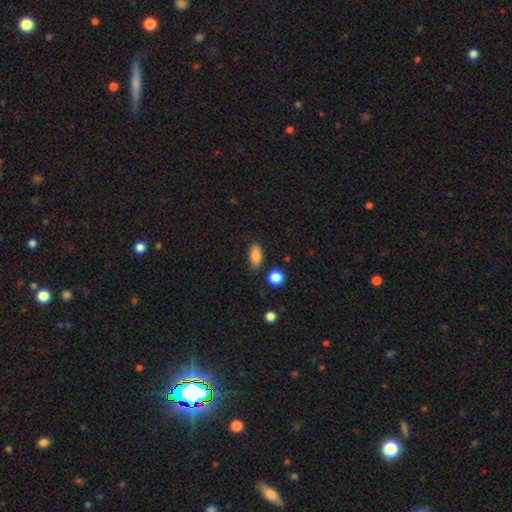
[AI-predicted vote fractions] smooth 85%, star or artifact 9%, featured or disk 7%. Down the decision tree: how rounded — in between (85%); merging — none (76%).